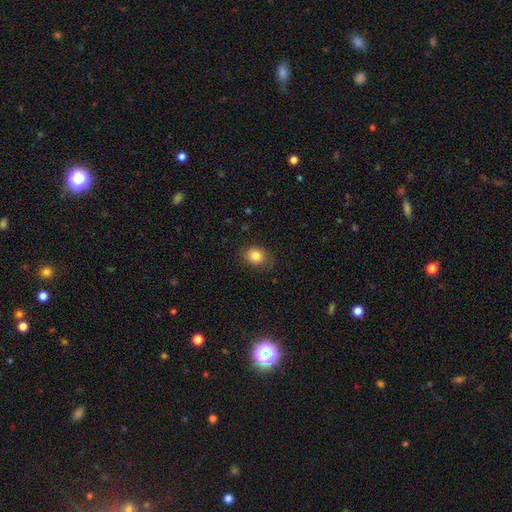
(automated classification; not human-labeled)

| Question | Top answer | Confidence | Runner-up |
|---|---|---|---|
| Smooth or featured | smooth | 84% | star or artifact (10%) |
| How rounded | round | 59% | in between (40%) |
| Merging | none | 80% | minor disturbance (15%) |